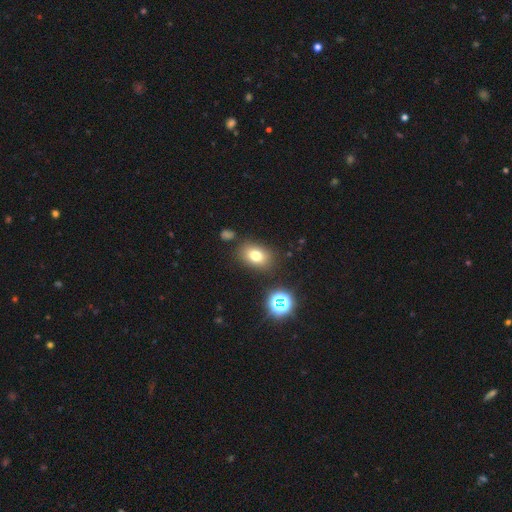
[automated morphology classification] type=smooth (74%); roundness=in between (74%); merging=none (82%).